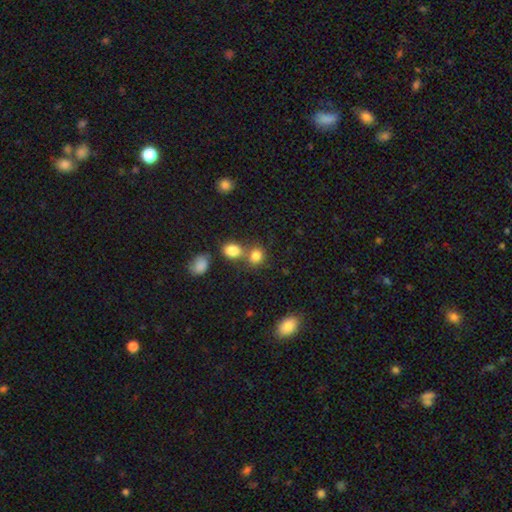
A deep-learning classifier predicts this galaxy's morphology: Smooth or featured? Predicted: smooth (p=0.82). How rounded? Predicted: round (p=0.70). Merging? Predicted: none (p=0.50).